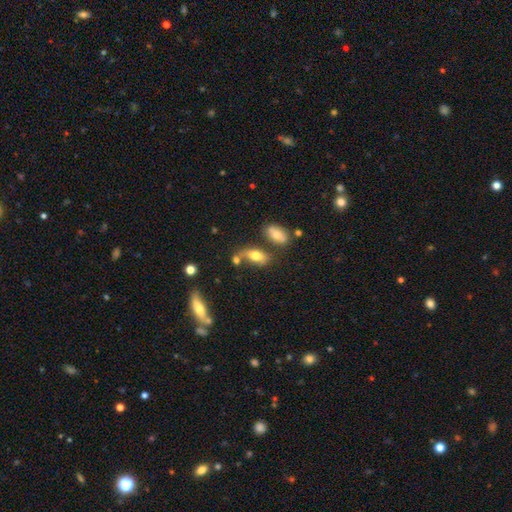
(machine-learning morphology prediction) type=smooth (72%); roundness=in between (84%); merging=none (47%).